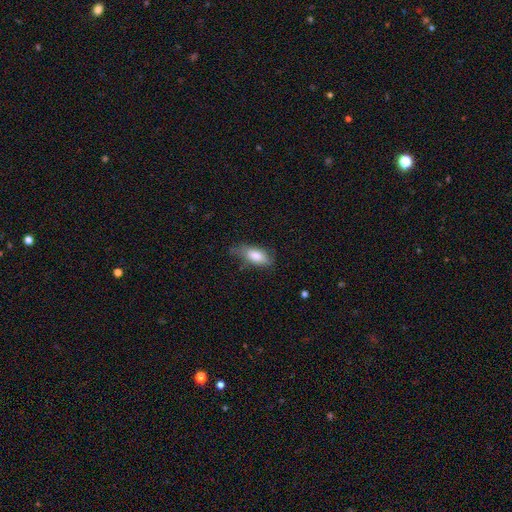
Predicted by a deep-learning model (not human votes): A smooth galaxy with no disk features (78%) that is in between round and cigar-shaped (84%). Merging: none (56%).